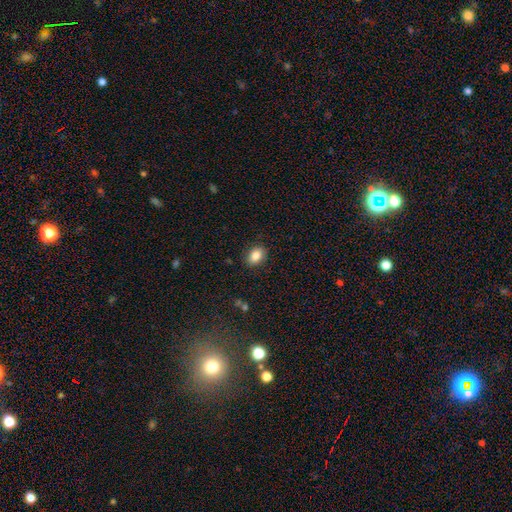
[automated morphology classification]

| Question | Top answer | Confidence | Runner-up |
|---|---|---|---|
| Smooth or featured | smooth | 85% | star or artifact (9%) |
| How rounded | in between | 76% | round (23%) |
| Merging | none | 87% | minor disturbance (10%) |